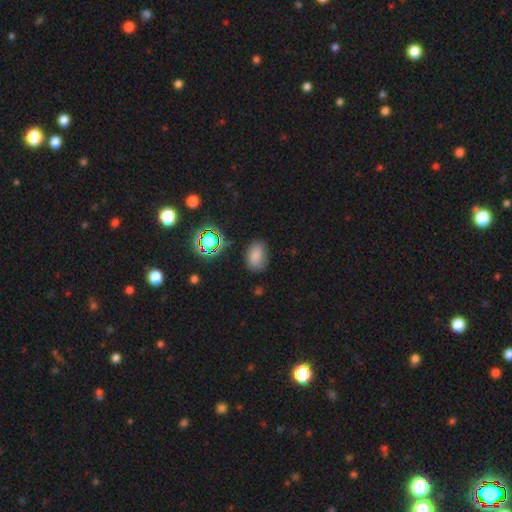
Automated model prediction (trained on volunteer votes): The model was most divided on "merging": none: 74%, minor disturbance: 19%, major disturbance: 5%, merger: 2%. More confident: how rounded — in between (83%); smooth or featured — smooth (75%).